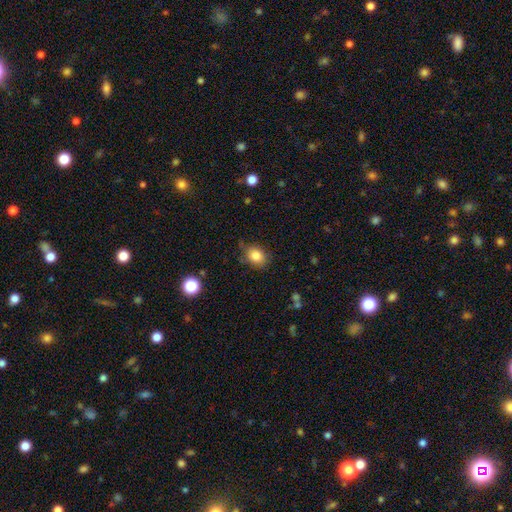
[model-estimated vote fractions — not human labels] smooth-or-featured: smooth: 84% | star or artifact: 10% | featured or disk: 7%
  how-rounded: in between: 56% | round: 43% | cigar-shaped: 1%
  merging: none: 76% | minor disturbance: 18% | major disturbance: 4% | merger: 2%